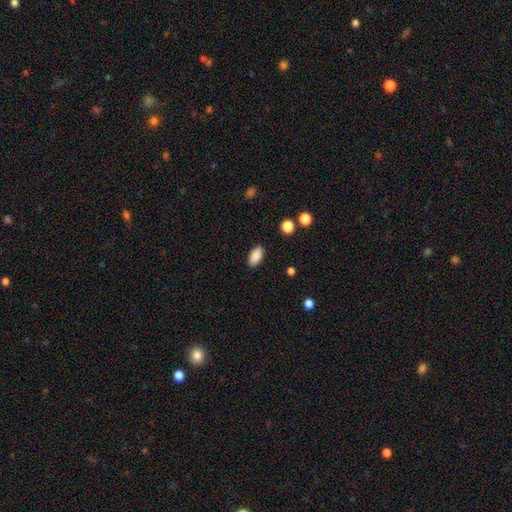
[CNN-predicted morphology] type=smooth (88%); roundness=in between (93%); merging=none (88%).